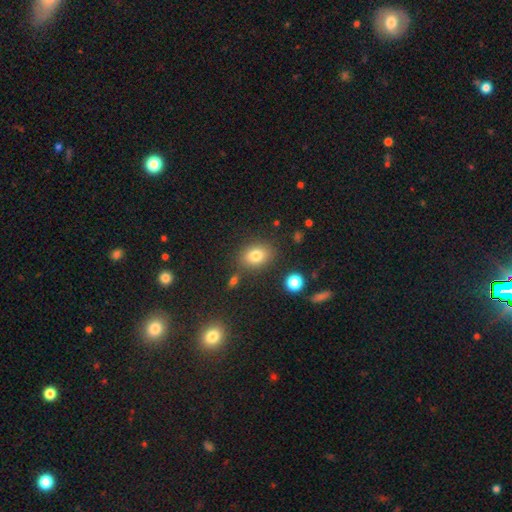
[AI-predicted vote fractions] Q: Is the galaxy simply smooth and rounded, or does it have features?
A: smooth — 79%.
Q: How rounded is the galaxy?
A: in between — 67%.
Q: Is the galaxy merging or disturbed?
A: none — 80%.